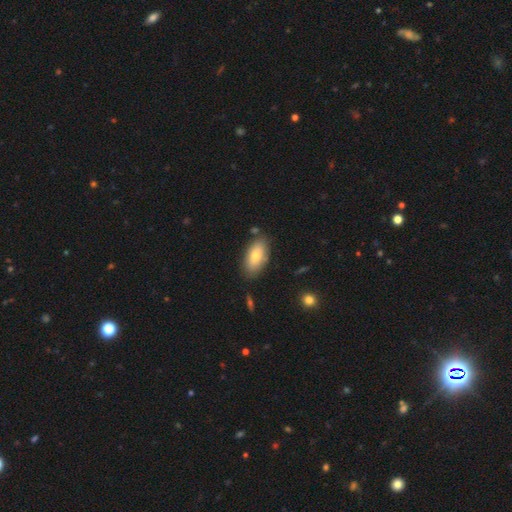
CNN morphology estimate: smooth 76%, featured or disk 17%, star or artifact 7%. Down the decision tree: how rounded — in between (92%); merging — none (79%).